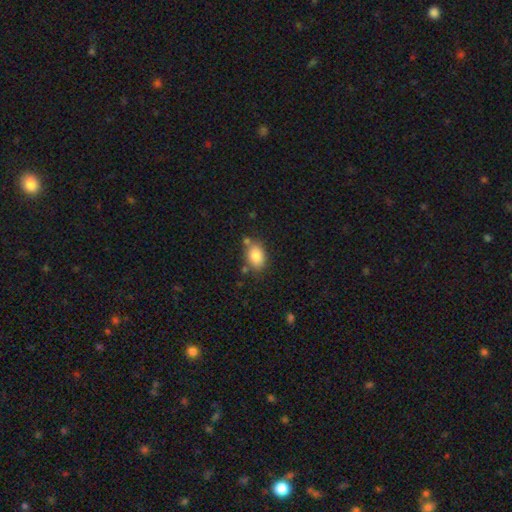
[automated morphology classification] Smooth or featured?
  - smooth: 85% *
  - star or artifact: 8%
  - featured or disk: 7%
How rounded?
  - in between: 81% *
  - round: 17%
  - cigar-shaped: 1%
Merging?
  - none: 72% *
  - minor disturbance: 15%
  - merger: 9%
  - major disturbance: 4%